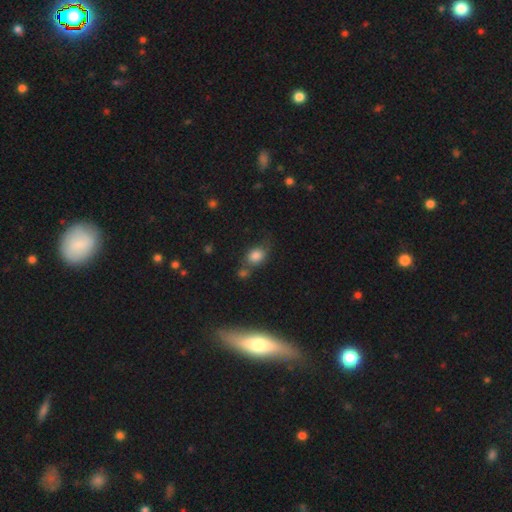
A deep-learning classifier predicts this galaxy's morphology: type=smooth (80%); roundness=in between (60%); merging=none (55%).